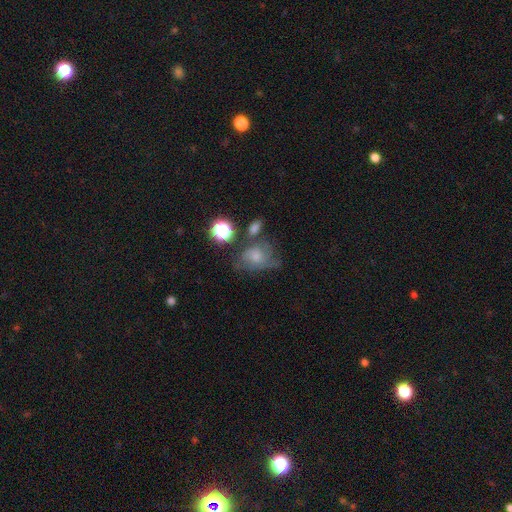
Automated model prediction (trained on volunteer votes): Smooth or featured? featured or disk (47%)
Merging? none (48%)